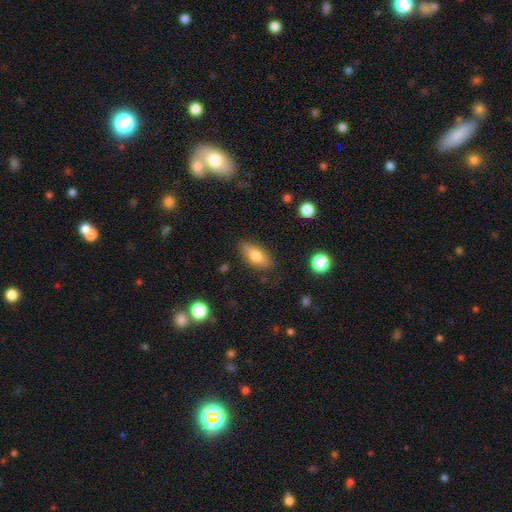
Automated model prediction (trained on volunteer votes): Overall: smooth (74%). How rounded: in between (83%). Merging: none (84%).